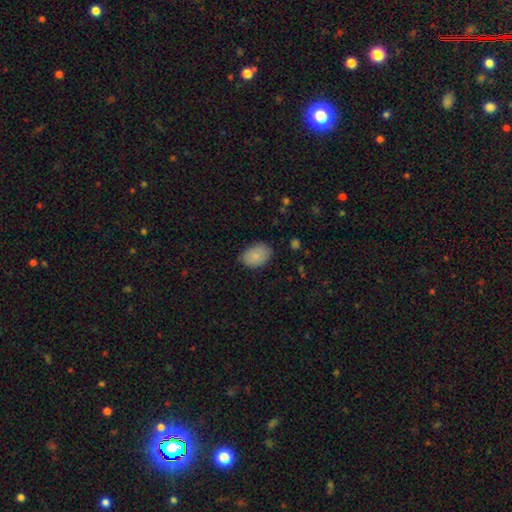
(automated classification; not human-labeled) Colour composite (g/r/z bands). It shows a smooth galaxy with no disk features (86%) that is in between round and cigar-shaped (84%). Merging: none (82%).